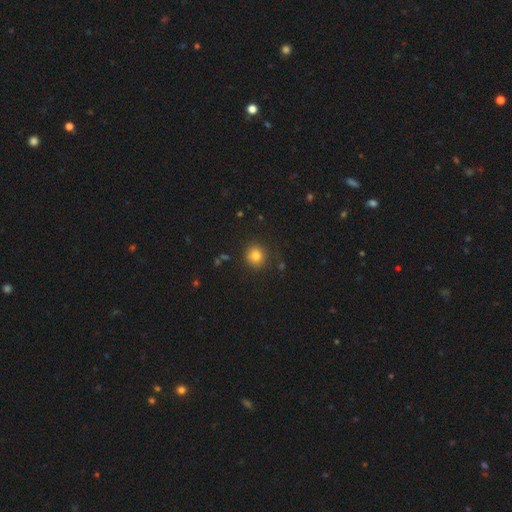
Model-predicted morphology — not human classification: type=smooth (81%); roundness=round (92%); merging=none (88%).